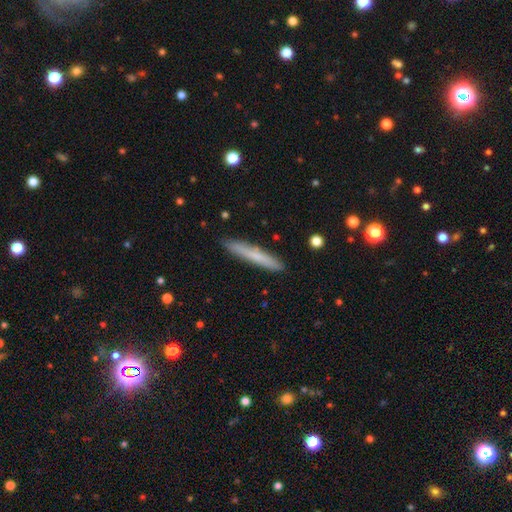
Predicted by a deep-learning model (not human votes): Morphology: type=smooth (68%); roundness=cigar-shaped (95%); merging=none (89%).